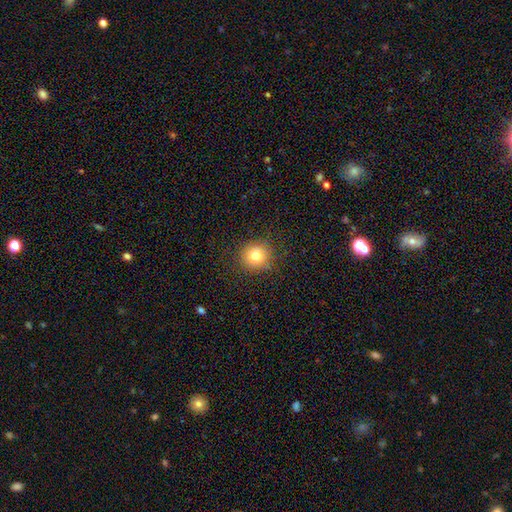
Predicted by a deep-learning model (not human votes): Overall: smooth (78%). How rounded: round (92%). Merging: none (89%).